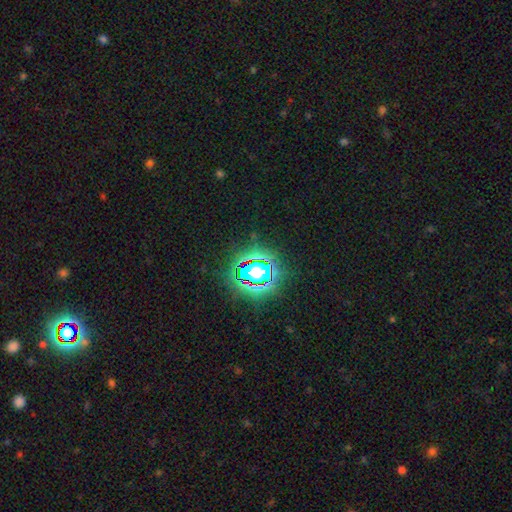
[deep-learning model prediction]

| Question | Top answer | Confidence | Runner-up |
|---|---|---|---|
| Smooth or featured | star or artifact | 81% | smooth (12%) |